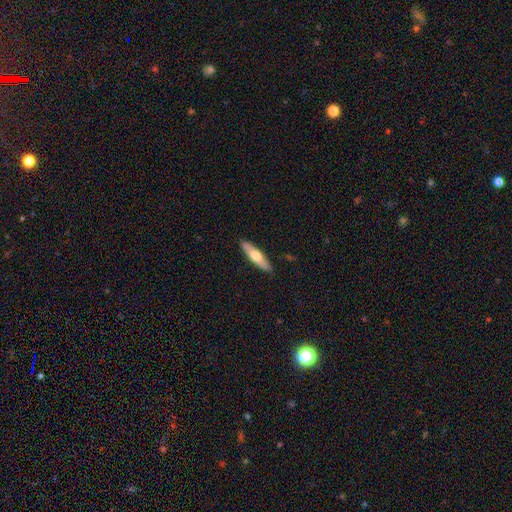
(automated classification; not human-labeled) This is possibly a smooth galaxy (58%). How rounded: likely cigar-shaped (70%). Merging: clearly none (88%).